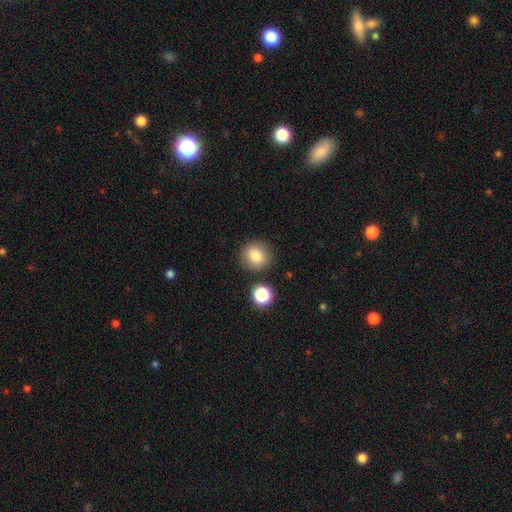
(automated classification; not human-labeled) A smooth galaxy with no disk features (81%) that is round (87%). Merging: none (84%).